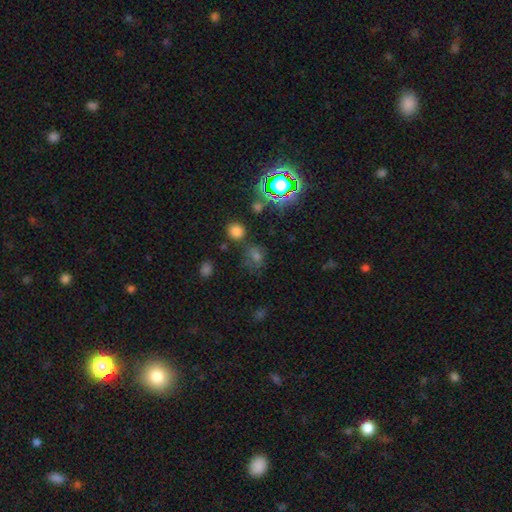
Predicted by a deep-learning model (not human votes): Smooth or featured? smooth (52%)
How rounded? round (57%)
Merging? none (63%)